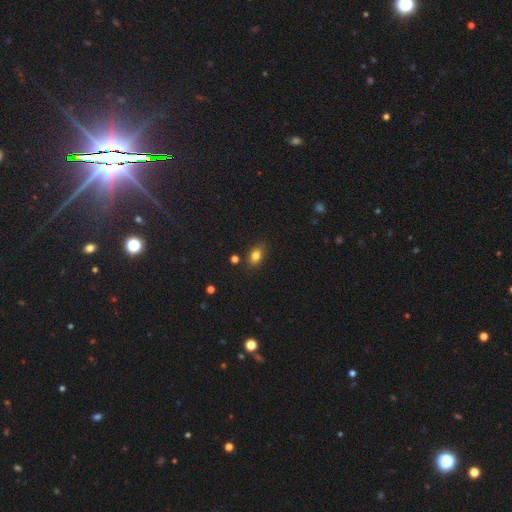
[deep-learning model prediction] Smooth or featured? Predicted: smooth (p=0.80). How rounded? Predicted: in between (p=0.77). Merging? Predicted: none (p=0.82).